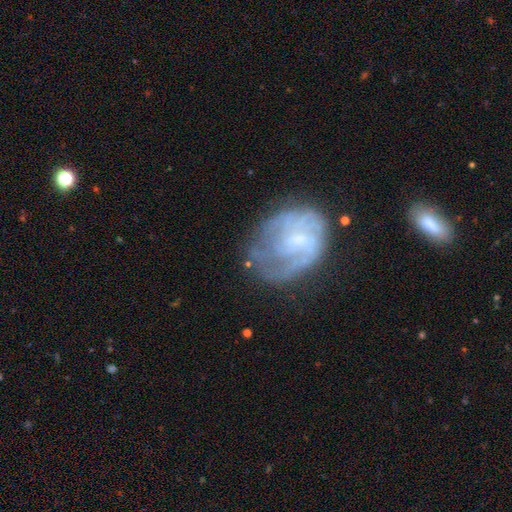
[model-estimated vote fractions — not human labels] Smooth or featured: featured or disk — 69% (smooth — 22%)
Edge-on disk: no — 98% (yes — 2%)
Bar: no — 53% (weak — 40%)
Spiral arms: yes — 75% (no — 25%)
Spiral winding: tight — 41% (medium — 36%)
Spiral arm count: can't tell — 44% (2 — 18%)
Bulge size: small — 38% (tied with none — 38%)
Merging: none — 49% (major disturbance — 25%)